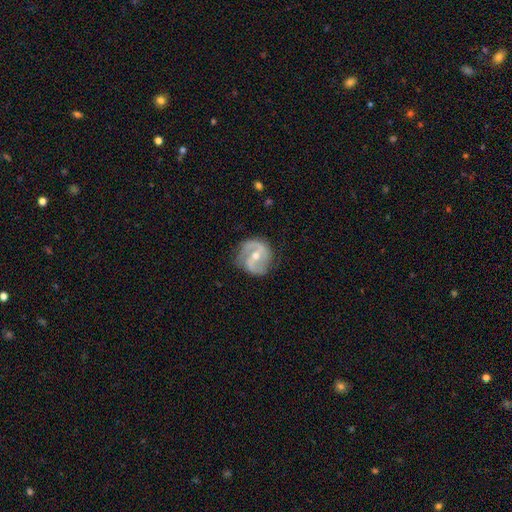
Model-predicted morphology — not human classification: Smooth or featured? Predicted: featured or disk (p=0.84). Edge-on disk? Predicted: no (p=0.97). Bar? Predicted: weak (p=0.45). Spiral arms? Predicted: yes (p=0.93). Spiral winding? Predicted: medium (p=0.50). Spiral arm count? Predicted: 2 (p=0.85). Bulge size? Predicted: moderate (p=0.63). Merging? Predicted: none (p=0.73).